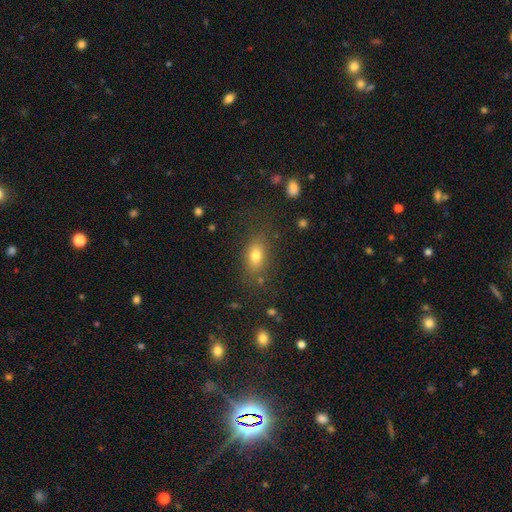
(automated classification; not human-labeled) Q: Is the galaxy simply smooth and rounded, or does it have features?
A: smooth — 75%.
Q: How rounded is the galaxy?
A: in between — 75%.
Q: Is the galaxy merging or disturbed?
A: none — 75%.